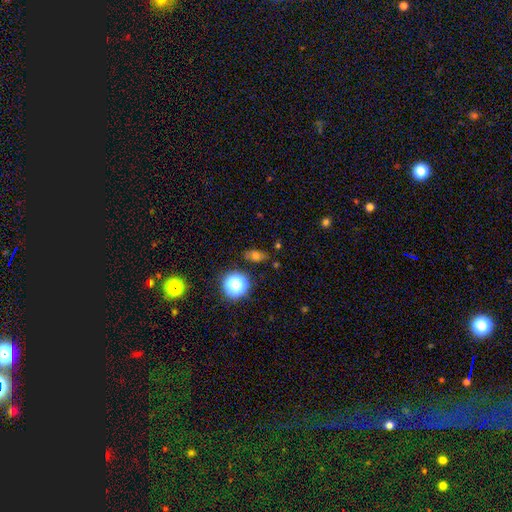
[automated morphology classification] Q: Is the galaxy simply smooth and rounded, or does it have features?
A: smooth — 64%.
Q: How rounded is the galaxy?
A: in between — 63%.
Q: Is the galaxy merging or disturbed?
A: none — 79%.